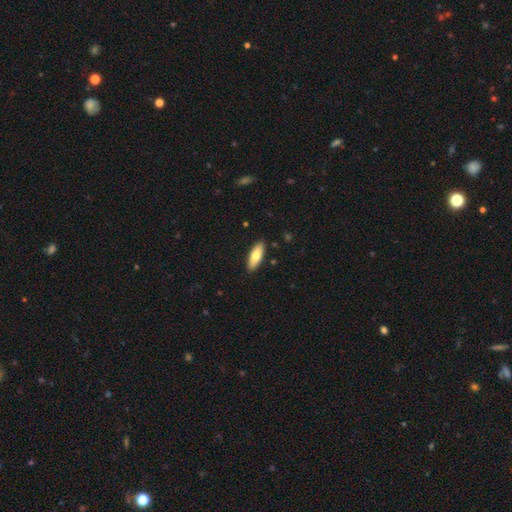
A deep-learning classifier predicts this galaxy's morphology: This is likely a smooth galaxy (76%). How rounded: likely in between (65%). Merging: clearly none (89%).